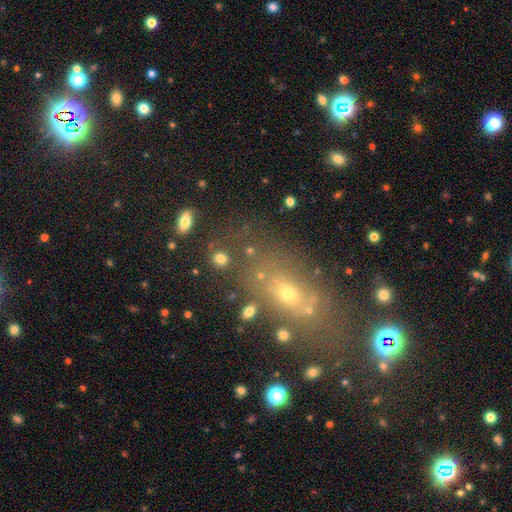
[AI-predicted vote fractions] The model was most divided on "smooth or featured": smooth: 45%, star or artifact: 30%, featured or disk: 25%. More confident: merging — none (68%).